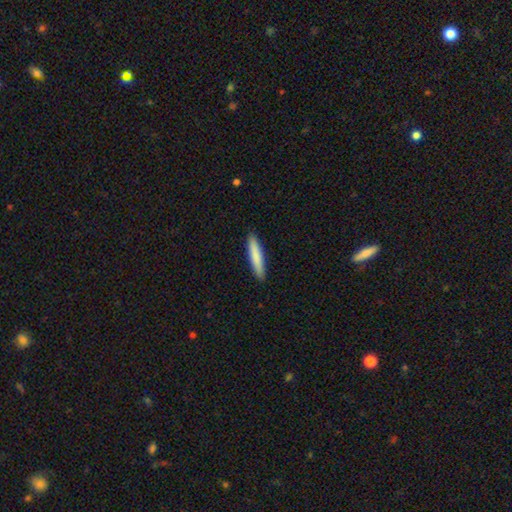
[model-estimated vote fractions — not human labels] A smooth galaxy with no disk features (82%) that is cigar-shaped (90%). Merging: none (91%).